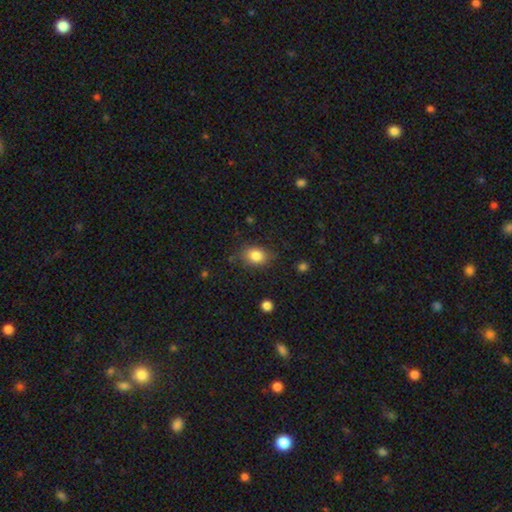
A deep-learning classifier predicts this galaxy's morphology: smooth_or_featured: smooth (p=0.84) [alt: star or artifact p=0.10]
how_rounded: in between (p=0.62) [alt: round p=0.36]
merging: none (p=0.78) [alt: minor disturbance p=0.16]